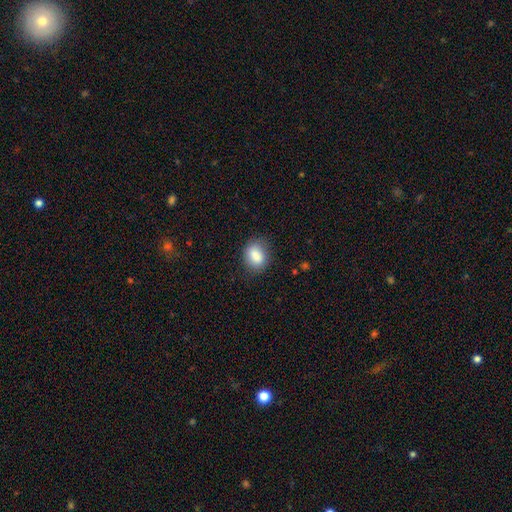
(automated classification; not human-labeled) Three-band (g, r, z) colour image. It shows a smooth galaxy with no disk features (85%) that is in between round and cigar-shaped (62%). Merging: none (78%).